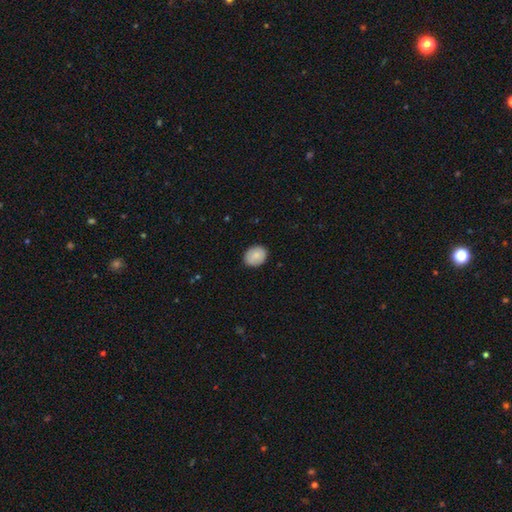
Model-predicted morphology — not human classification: A smooth galaxy with no disk features (84%) that is in between round and cigar-shaped (51%).

Vote fractions:
- Smooth or featured? smooth: 84% / featured or disk: 9% / star or artifact: 7%
- How rounded? in between: 51% / round: 48% / cigar-shaped: 1%
- Merging? none: 86% / minor disturbance: 11% / major disturbance: 2% / merger: 1%